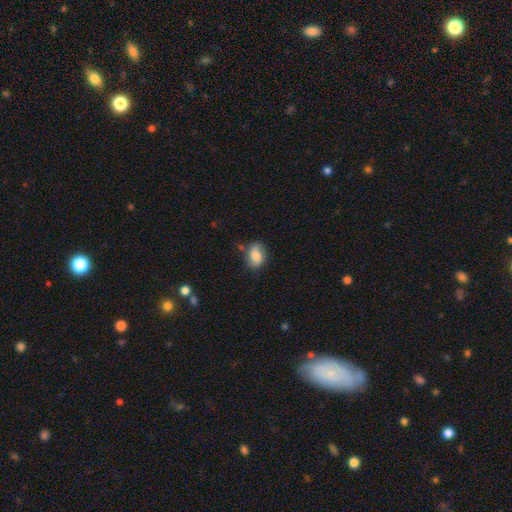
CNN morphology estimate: Overall: smooth (70%). How rounded: in between (77%). Merging: none (66%).